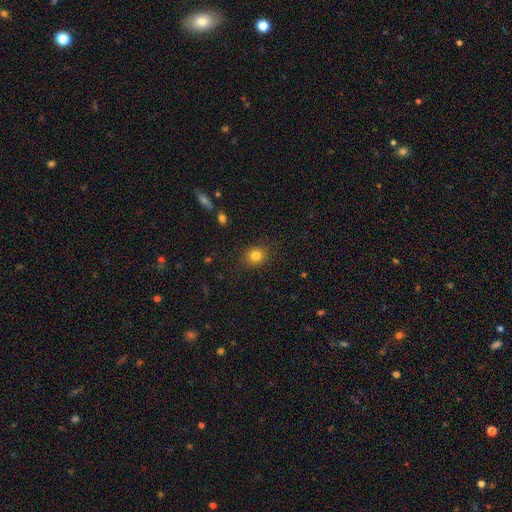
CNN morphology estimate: Q: Smooth or featured?
A: smooth (82%); runner-up: star or artifact (12%)
Q: How rounded?
A: round (76%); runner-up: in between (23%)
Q: Merging?
A: none (87%); runner-up: minor disturbance (9%)